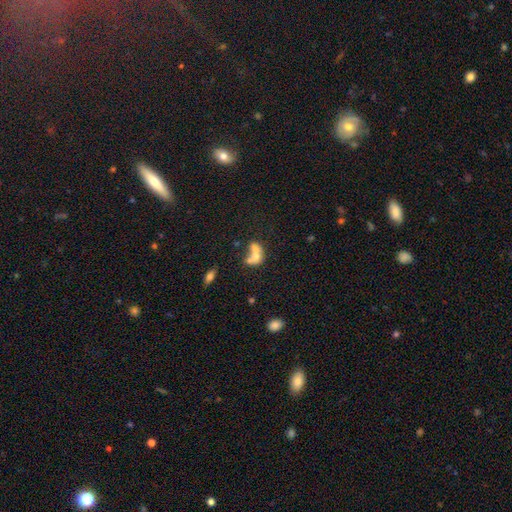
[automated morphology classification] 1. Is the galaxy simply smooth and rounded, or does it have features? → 59% smooth, 28% featured or disk, 12% star or artifact.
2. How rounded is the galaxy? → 65% in between, 31% round, 4% cigar-shaped.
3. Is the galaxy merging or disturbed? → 66% merger, 18% none, 8% major disturbance, 8% minor disturbance.